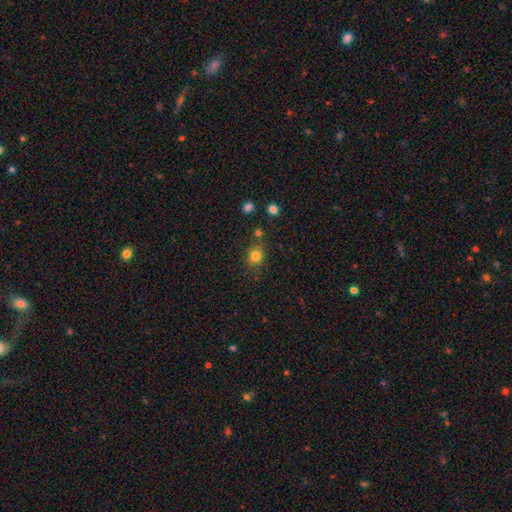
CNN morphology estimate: Smooth or featured: smooth — 81% (star or artifact — 13%)
How rounded: round — 72% (in between — 27%)
Merging: none — 74% (minor disturbance — 14%)